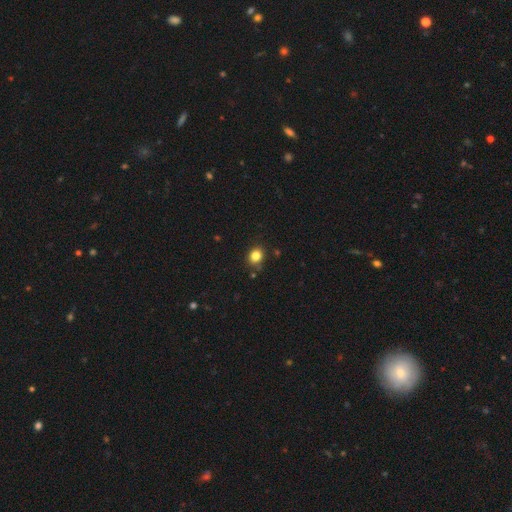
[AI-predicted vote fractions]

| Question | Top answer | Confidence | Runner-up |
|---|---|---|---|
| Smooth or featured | smooth | 83% | star or artifact (12%) |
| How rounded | round | 69% | in between (30%) |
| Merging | none | 81% | minor disturbance (13%) |